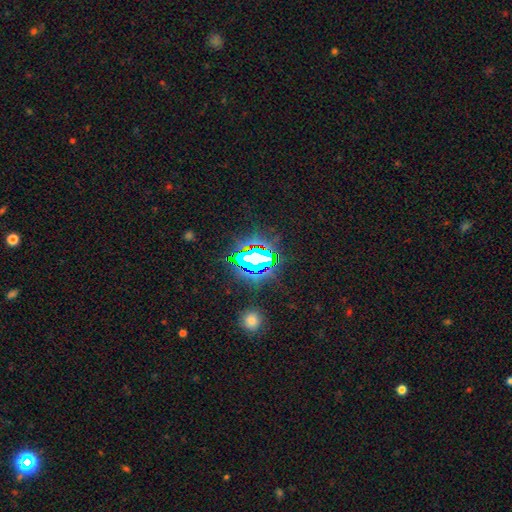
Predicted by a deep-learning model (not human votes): This is likely a star or artifact rather than a galaxy (80%).